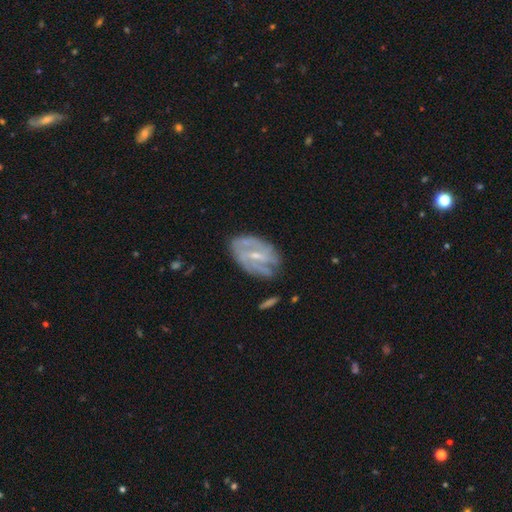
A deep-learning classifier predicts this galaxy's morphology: type=featured or disk (79%); edge-on=no (95%); bar=weak (50%); spiral arms=yes (86%); winding=medium (41%); arm count=2 (40%); bulge=small (65%); merging=none (64%).